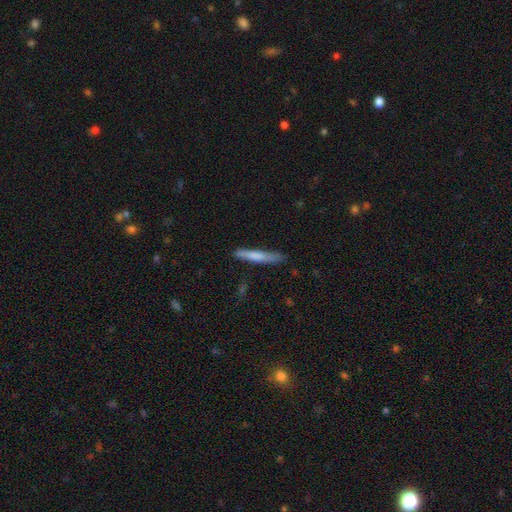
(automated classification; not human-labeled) Smooth or featured? smooth (70%)
How rounded? cigar-shaped (94%)
Merging? none (79%)